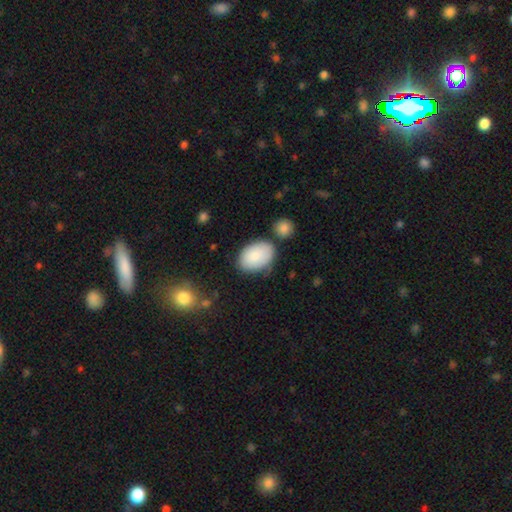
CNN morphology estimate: A smooth galaxy with no disk features (85%) that is in between round and cigar-shaped (90%). Merging: none (71%).